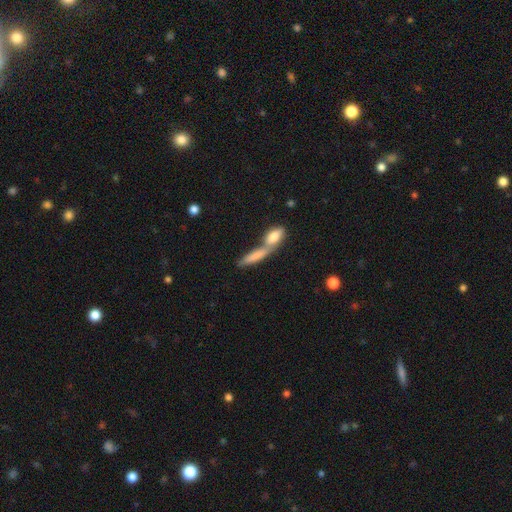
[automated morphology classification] smooth-or-featured: smooth: 76% | featured or disk: 17% | star or artifact: 7%
  how-rounded: cigar-shaped: 60% | in between: 37% | round: 4%
  merging: merger: 60% | none: 29% | minor disturbance: 7% | major disturbance: 4%